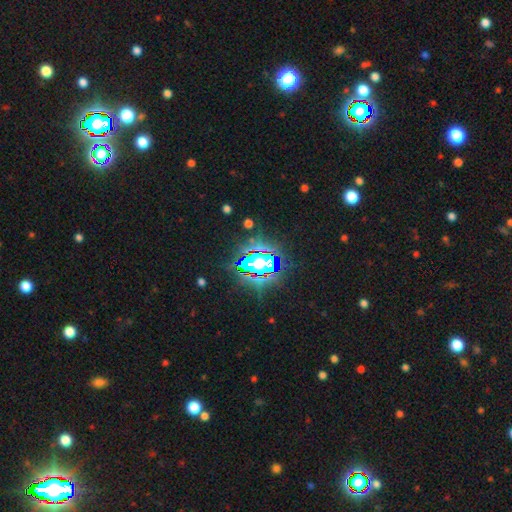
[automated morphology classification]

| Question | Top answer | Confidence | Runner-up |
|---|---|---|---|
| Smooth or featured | star or artifact | 83% | smooth (10%) |